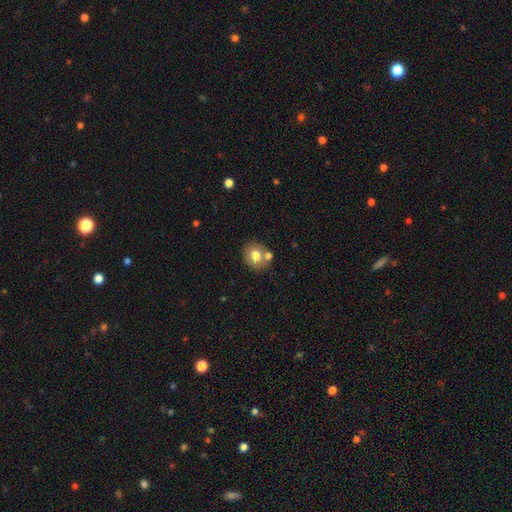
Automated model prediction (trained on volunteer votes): Overall: smooth (74%). How rounded: round (63%; in between 36%). Merging: none (68%).